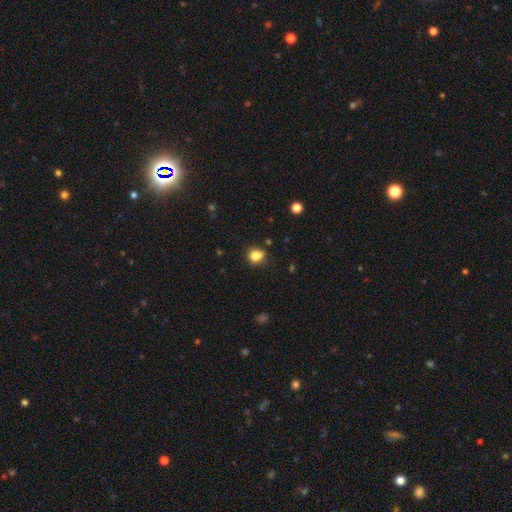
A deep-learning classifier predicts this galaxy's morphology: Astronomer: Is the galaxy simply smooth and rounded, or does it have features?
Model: smooth — 82%.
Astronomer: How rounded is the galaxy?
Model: round — 70%.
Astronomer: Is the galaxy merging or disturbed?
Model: none — 64%.